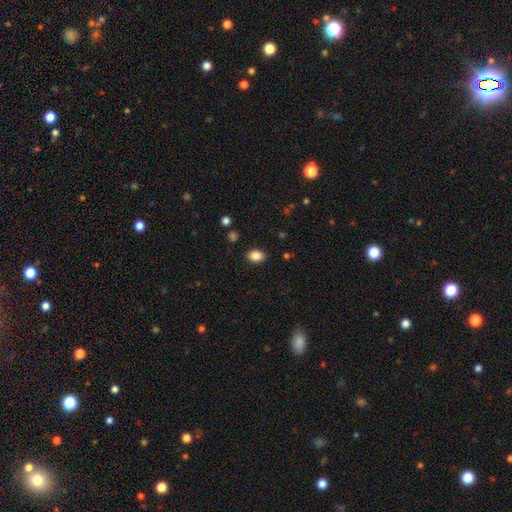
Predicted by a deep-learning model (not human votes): This appears to be a smooth galaxy with no disk features (86%) that is in between round and cigar-shaped (82%). Merging: none (87%).